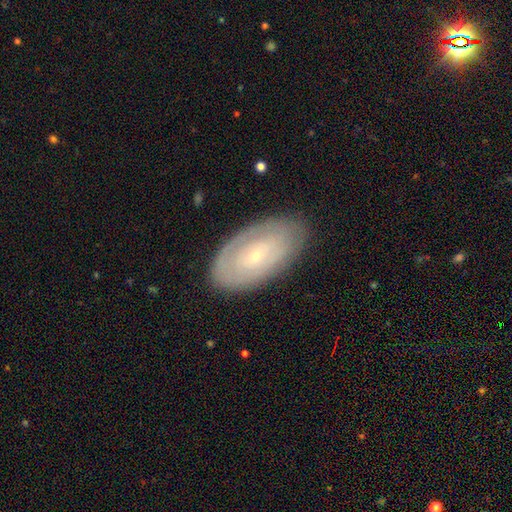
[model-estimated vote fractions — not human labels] Smooth or featured? featured or disk (60%)
Edge-on disk? no (91%)
Bar? no (70%)
Spiral arms? yes (59%)
Bulge size? small (79%)
Merging? none (81%)